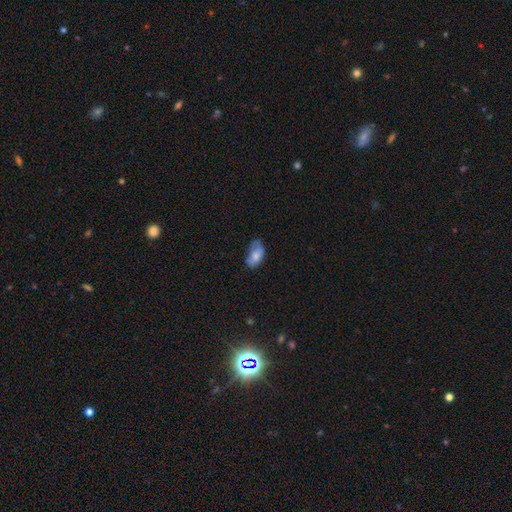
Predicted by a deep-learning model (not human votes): Smooth or featured: smooth — 75% (featured or disk — 17%)
How rounded: in between — 92% (round — 5%)
Merging: none — 42% (minor disturbance — 39%)